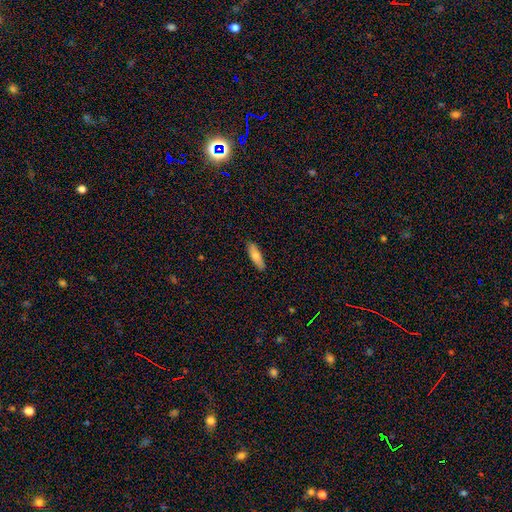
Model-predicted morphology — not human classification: This is likely a smooth galaxy (74%). How rounded: possibly cigar-shaped (50%). Merging: clearly none (89%).